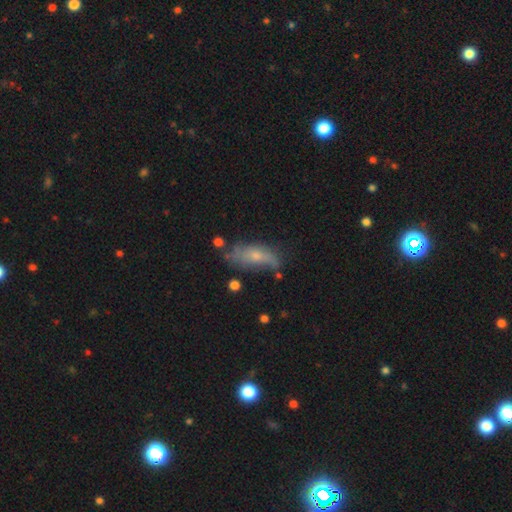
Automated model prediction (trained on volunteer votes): smooth_or_featured: smooth (p=0.50) [alt: featured or disk p=0.41]
merging: none (p=0.49) [alt: minor disturbance p=0.29]